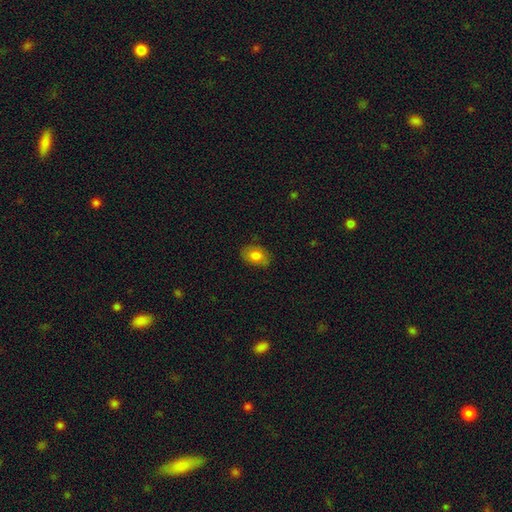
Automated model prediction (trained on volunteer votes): A smooth galaxy with no disk features (79%) that is in between round and cigar-shaped (83%). Merging: none (81%).